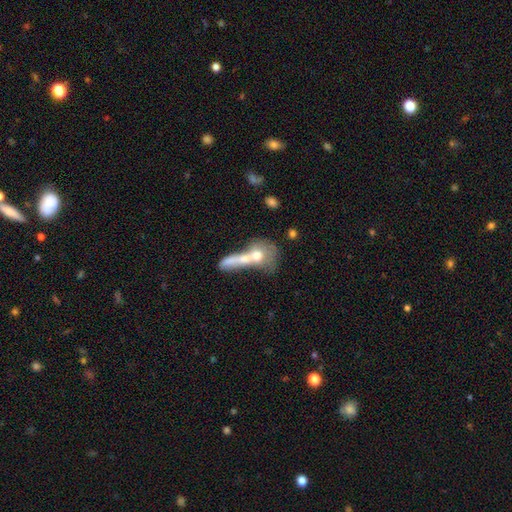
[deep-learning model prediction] smooth 56%, featured or disk 35%, star or artifact 9%. Down the decision tree: how rounded — in between (43%); merging — merger (67%).